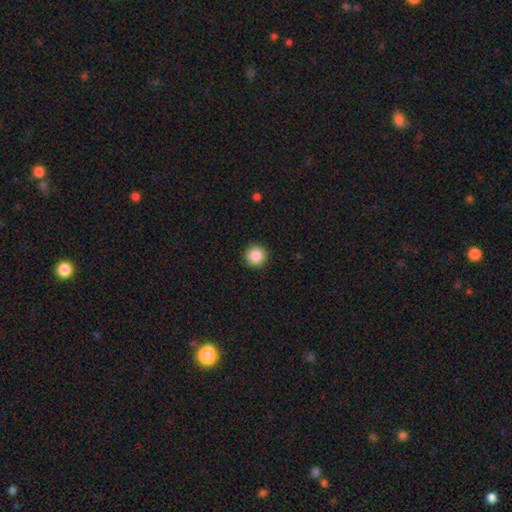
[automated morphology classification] A smooth galaxy with no disk features (87%) that is round (96%). Merging: none (93%).